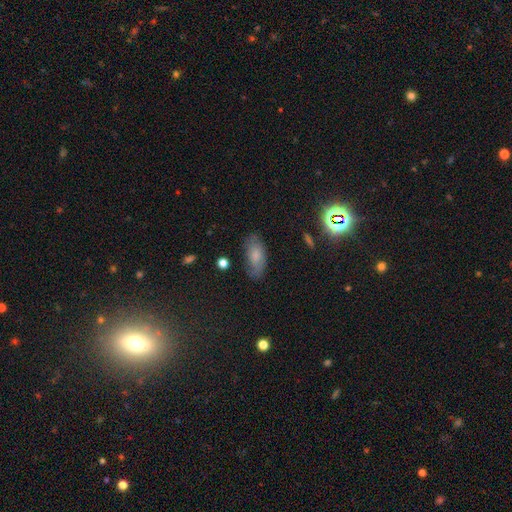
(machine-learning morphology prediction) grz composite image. It shows a smooth galaxy with no disk features (68%) that is in between round and cigar-shaped (89%). Merging: none (74%).